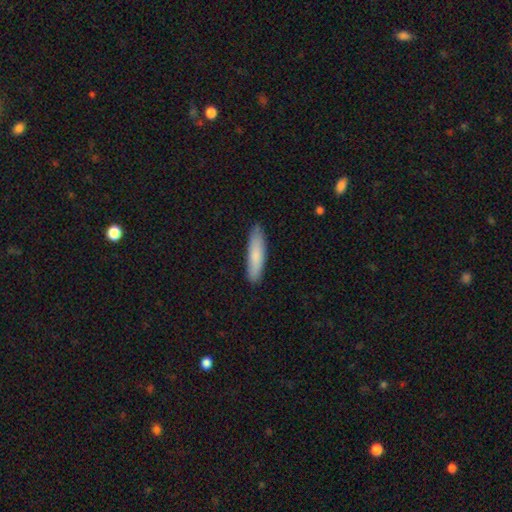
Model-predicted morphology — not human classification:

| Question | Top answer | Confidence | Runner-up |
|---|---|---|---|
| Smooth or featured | smooth | 83% | featured or disk (12%) |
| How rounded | cigar-shaped | 74% | in between (24%) |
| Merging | none | 87% | minor disturbance (10%) |